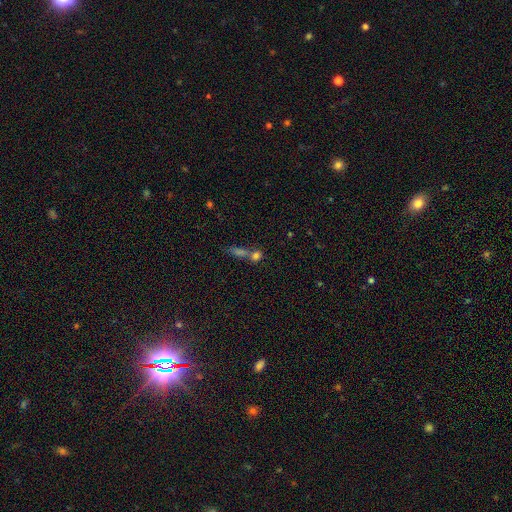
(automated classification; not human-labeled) A smooth galaxy with no disk features (69%) that is round (56%). Merging: merger (52%).